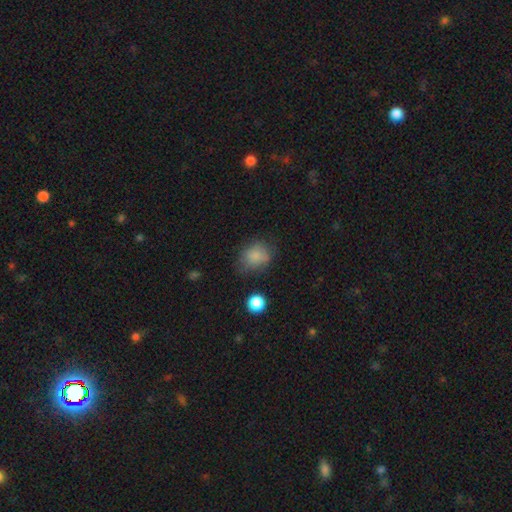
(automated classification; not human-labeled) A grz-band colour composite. It shows a smooth galaxy with no disk features (78%) that is round (56%). Merging: none (58%).